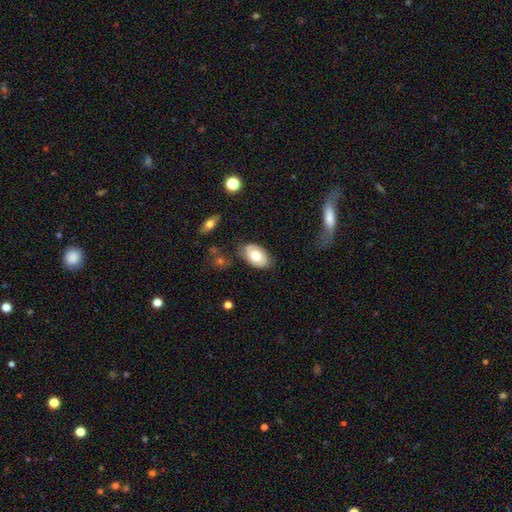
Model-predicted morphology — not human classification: smooth 68%, featured or disk 25%, star or artifact 6%. Down the decision tree: how rounded — in between (93%); merging — none (76%).